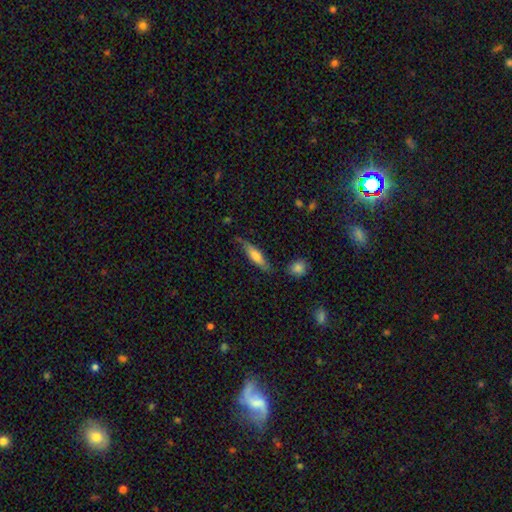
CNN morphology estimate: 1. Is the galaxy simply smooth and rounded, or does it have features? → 62% smooth, 32% featured or disk, 6% star or artifact.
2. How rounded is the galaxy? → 67% cigar-shaped, 31% in between, 2% round.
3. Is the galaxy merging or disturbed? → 68% none, 22% minor disturbance, 5% major disturbance, 5% merger.